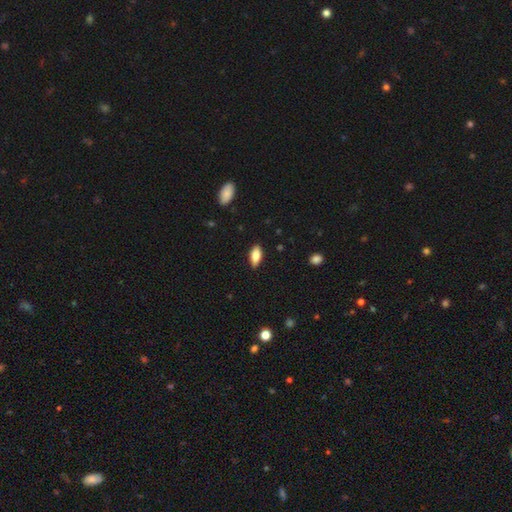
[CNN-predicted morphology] The model was most divided on "smooth or featured": smooth: 79%, featured or disk: 15%, star or artifact: 7%. More confident: merging — none (87%); how rounded — in between (86%).